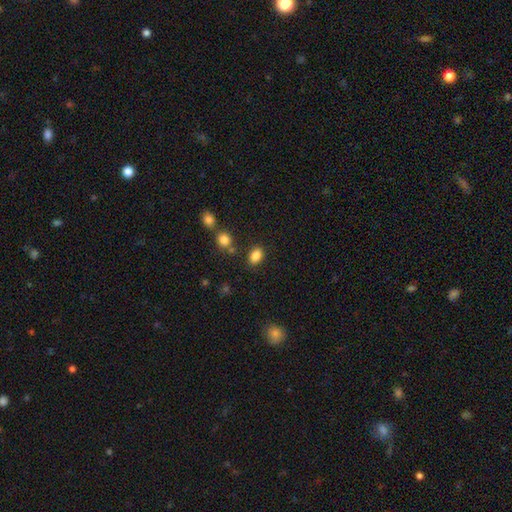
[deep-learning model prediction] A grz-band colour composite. It shows a smooth galaxy with no disk features (85%) that is in between round and cigar-shaped (80%). Merging: none (80%).